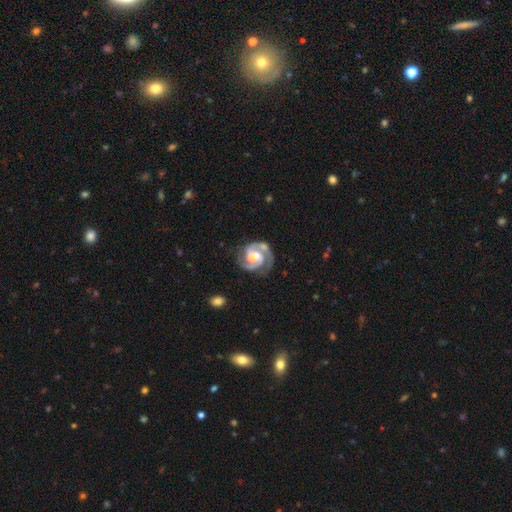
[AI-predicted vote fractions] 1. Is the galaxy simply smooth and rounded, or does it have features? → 92% featured or disk, 4% smooth, 4% star or artifact.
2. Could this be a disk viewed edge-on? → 98% no, 2% yes.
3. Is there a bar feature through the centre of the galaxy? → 41% weak, 36% no, 23% strong.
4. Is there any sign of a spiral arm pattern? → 98% yes, 2% no.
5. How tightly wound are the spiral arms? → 47% medium, 46% tight, 7% loose.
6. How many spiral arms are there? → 92% 2, 2% 3, 2% 1, 2% can't tell, 1% 4, 1% more than 4.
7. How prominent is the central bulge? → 63% moderate, 26% large, 7% small, 2% dominant, 2% none.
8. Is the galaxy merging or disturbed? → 77% none, 15% minor disturbance, 6% major disturbance, 3% merger.